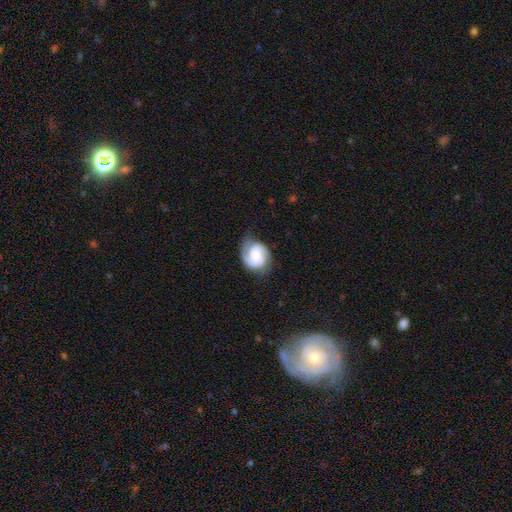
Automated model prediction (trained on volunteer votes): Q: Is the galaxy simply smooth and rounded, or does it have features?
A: featured or disk — 75%.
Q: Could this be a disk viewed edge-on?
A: no — 98%.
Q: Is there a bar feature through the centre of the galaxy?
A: no — 59%.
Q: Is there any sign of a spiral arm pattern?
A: yes — 96%.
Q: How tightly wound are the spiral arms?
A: medium — 43%.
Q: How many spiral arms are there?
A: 2 — 81%.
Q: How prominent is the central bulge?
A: moderate — 31%.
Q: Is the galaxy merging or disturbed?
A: none — 67%.